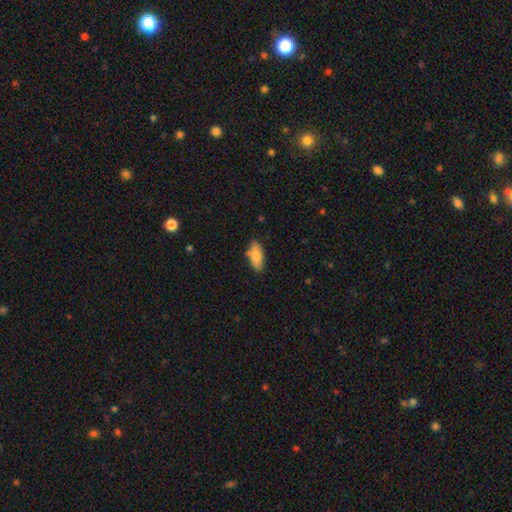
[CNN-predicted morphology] smooth-or-featured: smooth: 77% | featured or disk: 16% | star or artifact: 7%
  how-rounded: in between: 86% | cigar-shaped: 12% | round: 3%
  merging: none: 76% | minor disturbance: 18% | major disturbance: 3% | merger: 3%